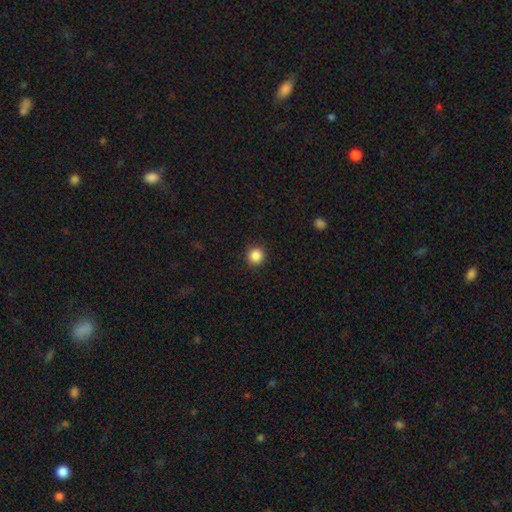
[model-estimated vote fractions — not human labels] smooth 86%, star or artifact 11%, featured or disk 3%. Down the decision tree: how rounded — round (95%); merging — none (91%).